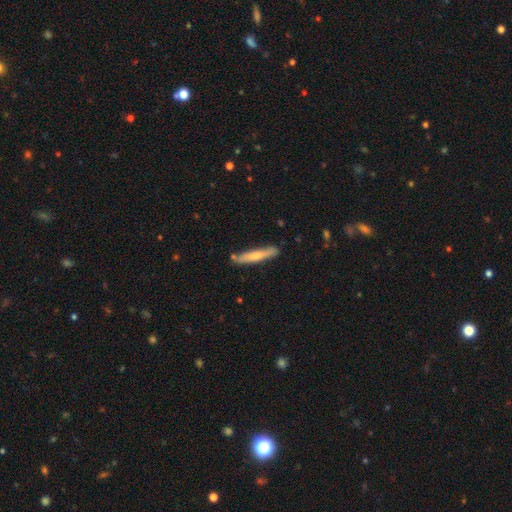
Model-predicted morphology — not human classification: Overall: smooth (64%; featured or disk 30%). How rounded: cigar-shaped (93%). Merging: none (80%).